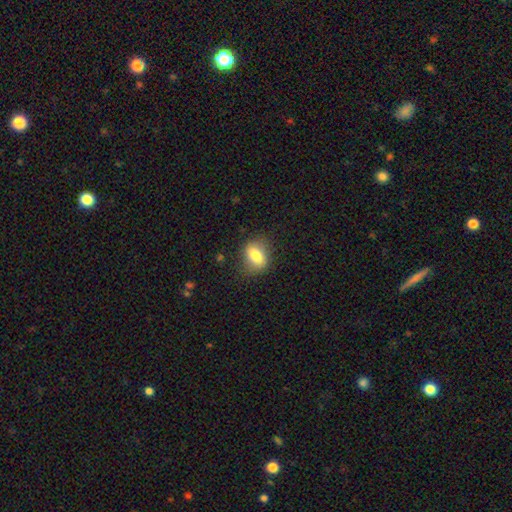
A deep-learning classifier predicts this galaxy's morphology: This appears to be a smooth galaxy with no disk features (78%) that is in between round and cigar-shaped (71%). Merging: none (77%).